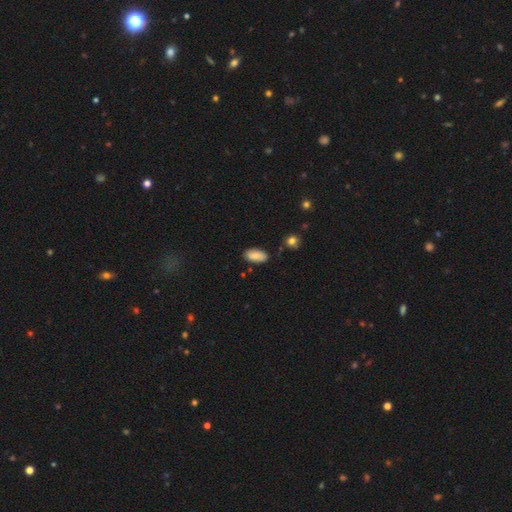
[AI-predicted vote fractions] This is clearly a smooth galaxy (84%). How rounded: clearly in between (93%). Merging: clearly none (81%).